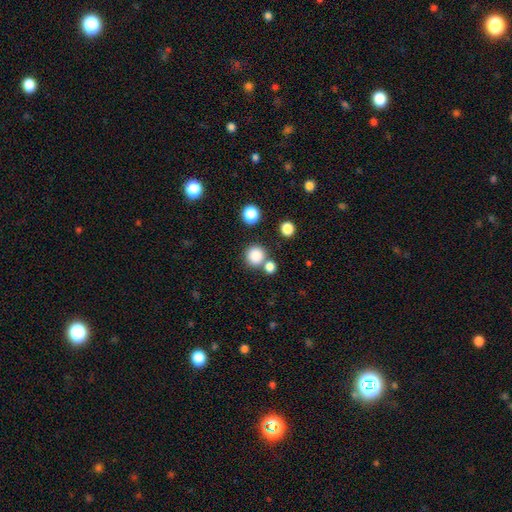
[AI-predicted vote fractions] A smooth galaxy with no disk features (84%) that is round (93%).

Vote fractions:
- Smooth or featured? smooth: 84% / star or artifact: 11% / featured or disk: 5%
- How rounded? round: 93% / in between: 6% / cigar-shaped: 1%
- Merging? none: 72% / merger: 17% / minor disturbance: 7% / major disturbance: 3%